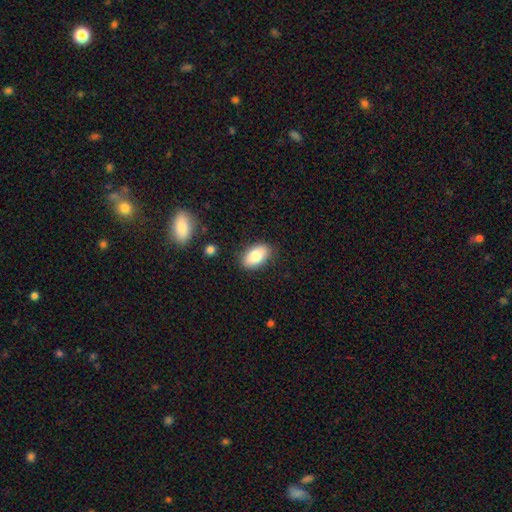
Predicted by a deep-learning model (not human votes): smooth-or-featured: smooth: 82% | featured or disk: 11% | star or artifact: 7%
  how-rounded: in between: 93% | round: 6% | cigar-shaped: 2%
  merging: none: 84% | minor disturbance: 11% | major disturbance: 3% | merger: 2%